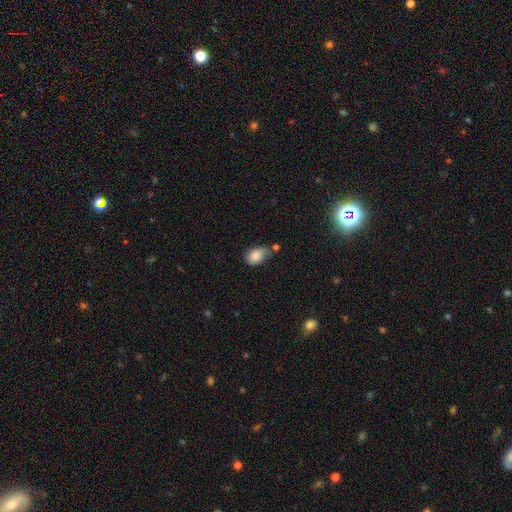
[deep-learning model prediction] smooth_or_featured: smooth (p=0.81) [alt: featured or disk p=0.11]
how_rounded: in between (p=0.85) [alt: round p=0.13]
merging: none (p=0.47) [alt: minor disturbance p=0.32]